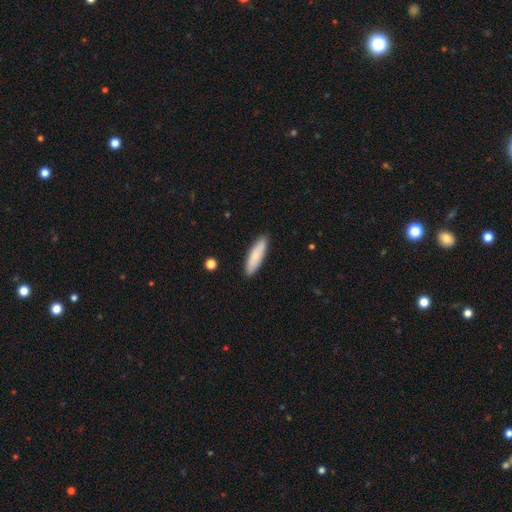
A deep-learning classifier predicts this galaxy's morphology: A smooth galaxy with no disk features (80%) that is cigar-shaped (66%).

Vote fractions:
- Smooth or featured? smooth: 80% / featured or disk: 15% / star or artifact: 6%
- How rounded? cigar-shaped: 66% / in between: 32% / round: 2%
- Merging? none: 89% / minor disturbance: 8% / major disturbance: 1% / merger: 1%